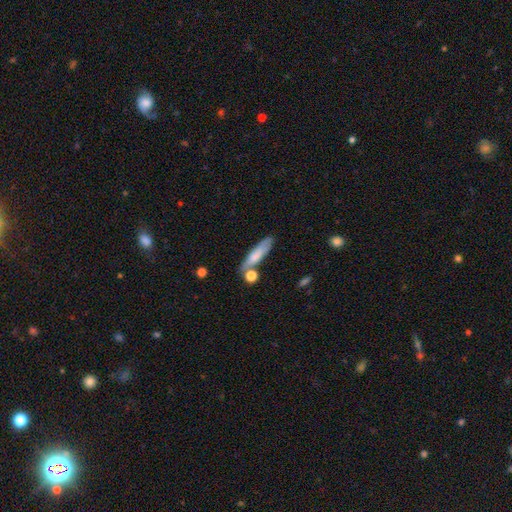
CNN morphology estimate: This is likely a smooth galaxy (71%). How rounded: likely cigar-shaped (69%). Merging: possibly none (59%).